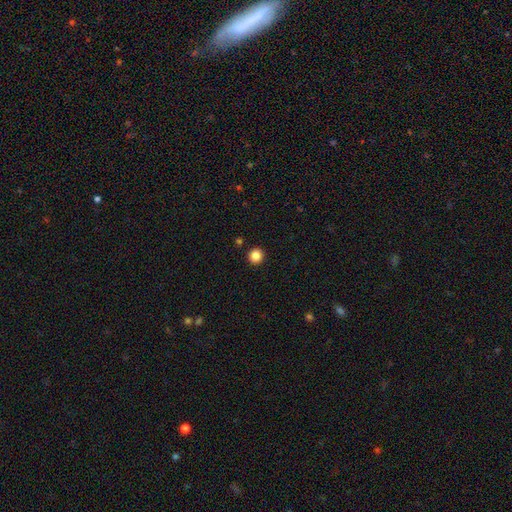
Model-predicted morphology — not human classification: Smooth or featured?
  - smooth: 86% *
  - star or artifact: 11%
  - featured or disk: 3%
How rounded?
  - round: 94% *
  - in between: 5%
  - cigar-shaped: 1%
Merging?
  - none: 93% *
  - minor disturbance: 4%
  - merger: 2%
  - major disturbance: 1%